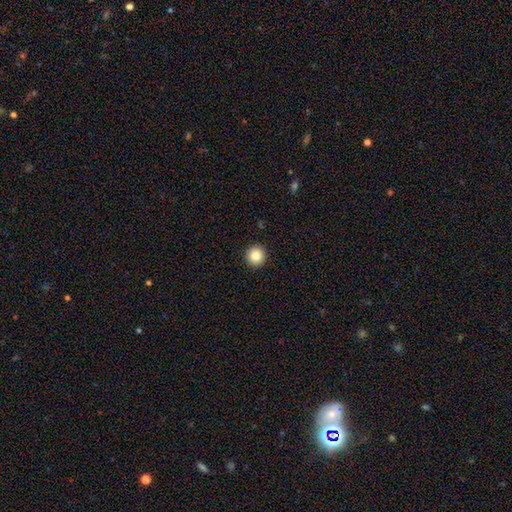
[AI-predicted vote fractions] smooth-or-featured: smooth: 85% | star or artifact: 9% | featured or disk: 5%
  how-rounded: round: 95% | in between: 4% | cigar-shaped: 1%
  merging: none: 93% | minor disturbance: 4% | major disturbance: 1% | merger: 1%